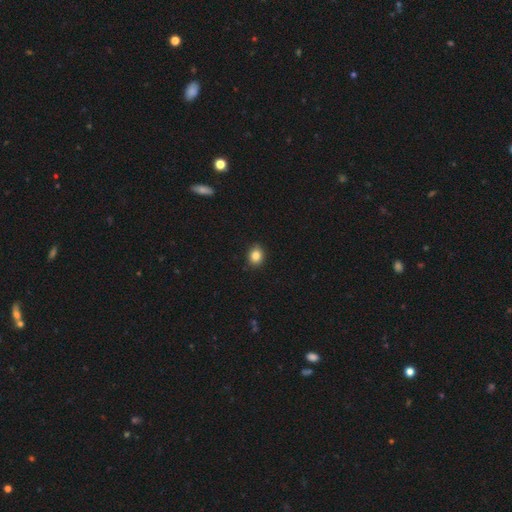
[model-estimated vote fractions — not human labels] The model was most divided on "how rounded": round: 59%, in between: 40%, cigar-shaped: 1%. More confident: merging — none (86%); smooth or featured — smooth (84%).